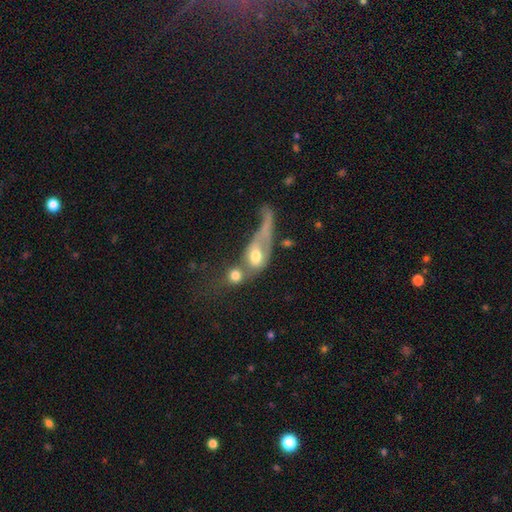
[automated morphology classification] Smooth or featured?
  - smooth: 56% *
  - featured or disk: 35%
  - star or artifact: 10%
How rounded?
  - in between: 62% *
  - round: 26%
  - cigar-shaped: 12%
Merging?
  - merger: 60% *
  - major disturbance: 21%
  - none: 12%
  - minor disturbance: 8%